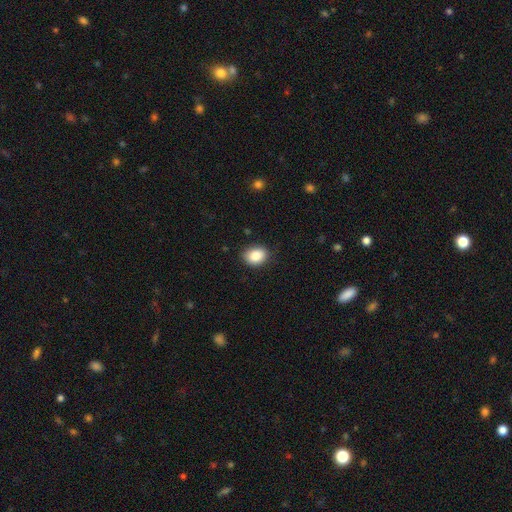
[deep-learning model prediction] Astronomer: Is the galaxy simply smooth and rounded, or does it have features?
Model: smooth — 86%.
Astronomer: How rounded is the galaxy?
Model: in between — 61% (runner-up: round, 38%).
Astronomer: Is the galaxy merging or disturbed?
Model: none — 86%.